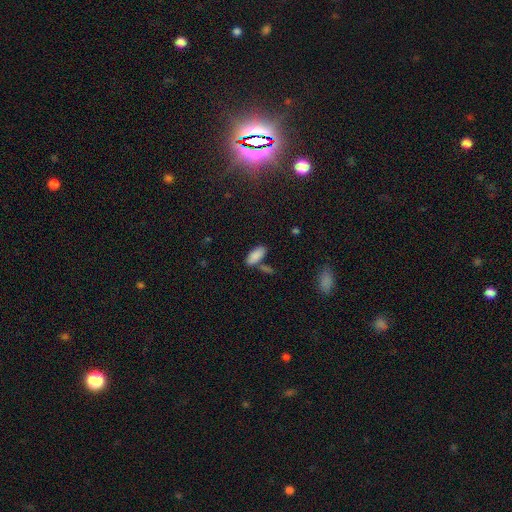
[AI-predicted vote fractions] Smooth or featured? smooth (87%)
How rounded? in between (83%)
Merging? none (66%)